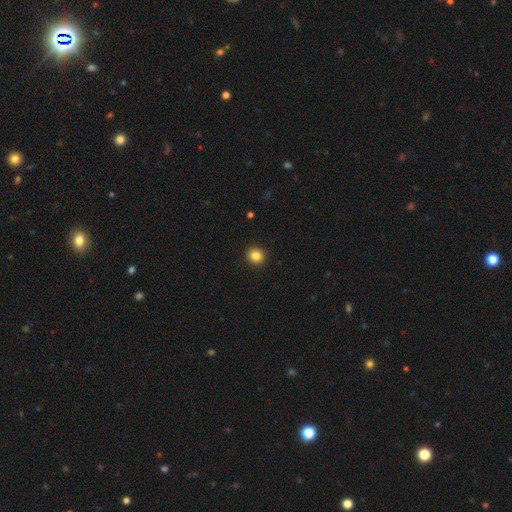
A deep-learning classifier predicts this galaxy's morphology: A smooth galaxy with no disk features (84%) that is round (87%). Merging: none (92%).